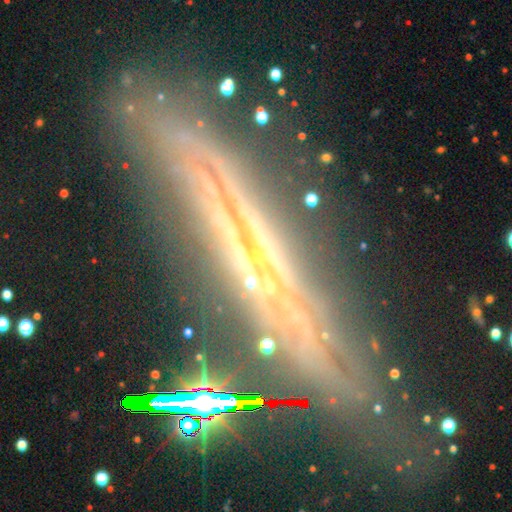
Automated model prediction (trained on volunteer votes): The model was most divided on "edge-on bulge": none: 53%, rounded: 37%, boxy: 10%. More confident: edge-on disk — yes (82%); smooth or featured — featured or disk (71%); merging — none (70%).